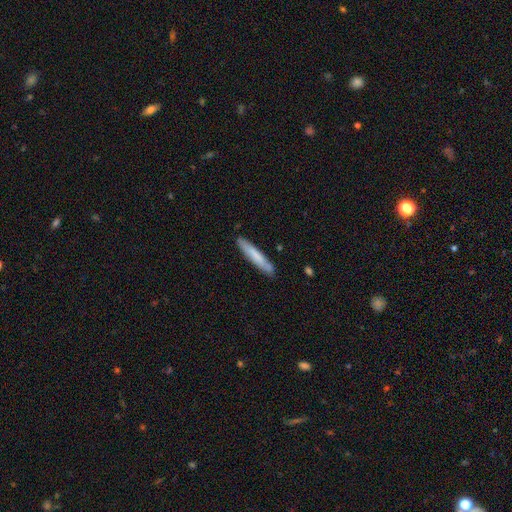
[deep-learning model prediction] Smooth or featured? smooth (72%)
How rounded? cigar-shaped (92%)
Merging? none (85%)